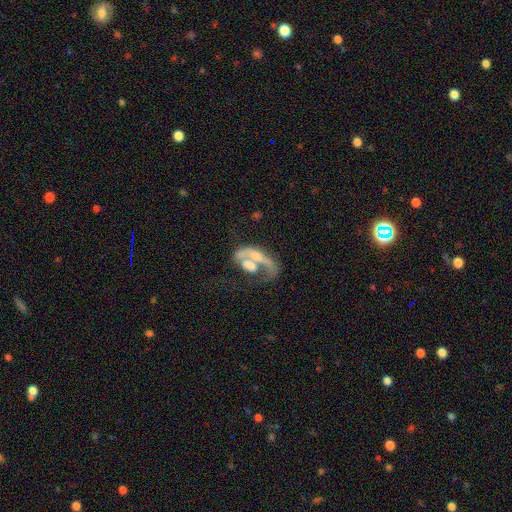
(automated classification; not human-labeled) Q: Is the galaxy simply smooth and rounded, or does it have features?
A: featured or disk — 57%.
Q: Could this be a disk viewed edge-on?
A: no — 93%.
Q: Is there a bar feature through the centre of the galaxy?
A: no — 77%.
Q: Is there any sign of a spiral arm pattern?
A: no — 69%.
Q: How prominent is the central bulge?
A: moderate — 32%.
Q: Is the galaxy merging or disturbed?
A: merger — 50%.